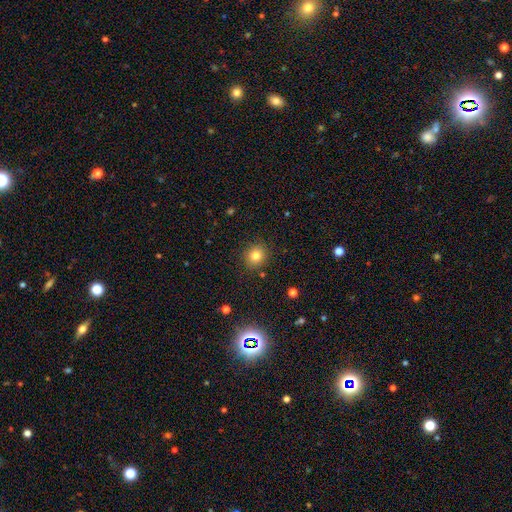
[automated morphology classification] Smooth or featured? smooth (79%)
How rounded? round (87%)
Merging? none (88%)